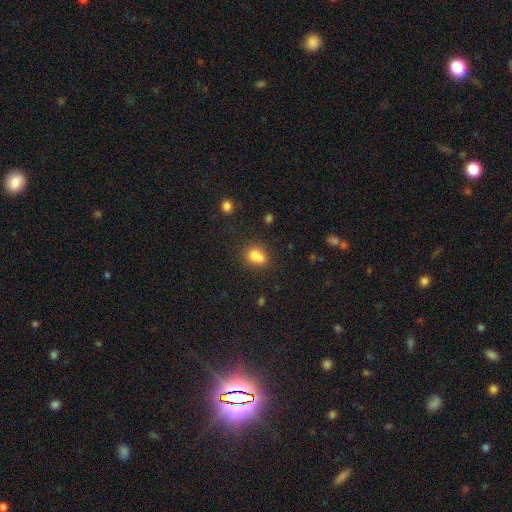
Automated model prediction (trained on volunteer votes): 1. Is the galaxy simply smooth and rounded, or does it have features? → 75% smooth, 14% featured or disk, 12% star or artifact.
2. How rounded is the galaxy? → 57% round, 42% in between, 1% cigar-shaped.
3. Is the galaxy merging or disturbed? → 47% merger, 36% none, 12% minor disturbance, 5% major disturbance.